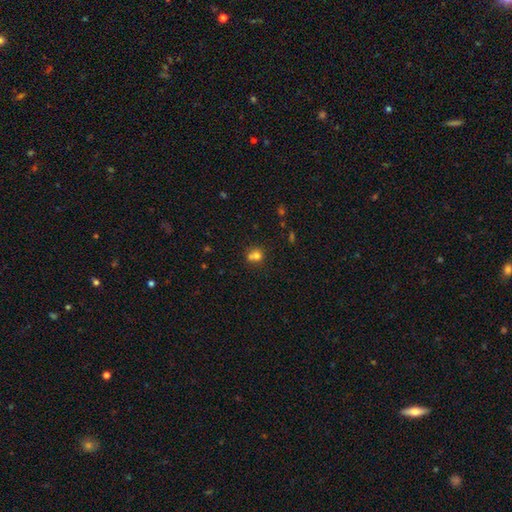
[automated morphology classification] This appears to be a smooth galaxy with no disk features (74%) that is round (75%). Merging: none (44%).